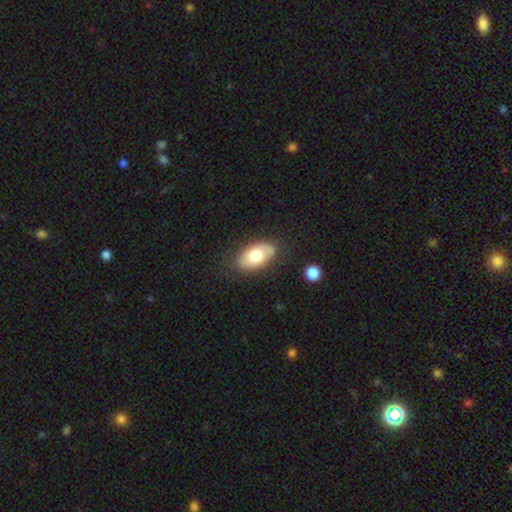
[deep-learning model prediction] A smooth galaxy with no disk features (70%) that is in between round and cigar-shaped (92%).

Vote fractions:
- Smooth or featured? smooth: 70% / featured or disk: 23% / star or artifact: 7%
- How rounded? in between: 92% / round: 5% / cigar-shaped: 3%
- Merging? none: 75% / minor disturbance: 17% / major disturbance: 5% / merger: 3%